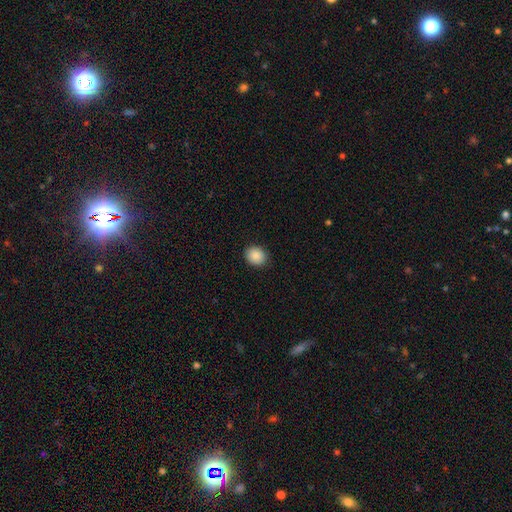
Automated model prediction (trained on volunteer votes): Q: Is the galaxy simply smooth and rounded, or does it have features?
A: smooth — 88%.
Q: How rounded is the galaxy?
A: round — 63%.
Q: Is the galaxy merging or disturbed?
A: none — 90%.